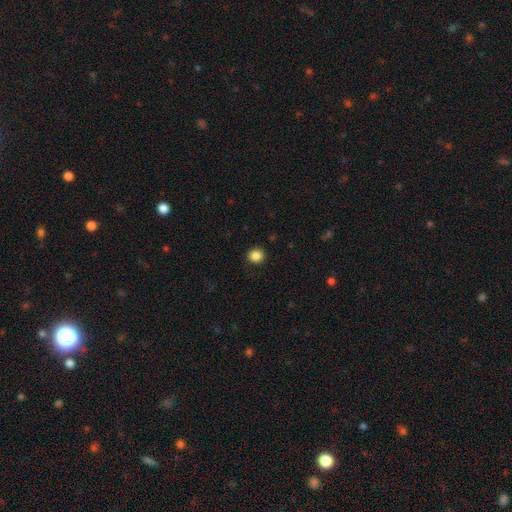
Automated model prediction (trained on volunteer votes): Smooth or featured?
  - smooth: 86% *
  - star or artifact: 11%
  - featured or disk: 3%
How rounded?
  - round: 91% *
  - in between: 8%
  - cigar-shaped: 1%
Merging?
  - none: 91% *
  - minor disturbance: 6%
  - major disturbance: 2%
  - merger: 1%